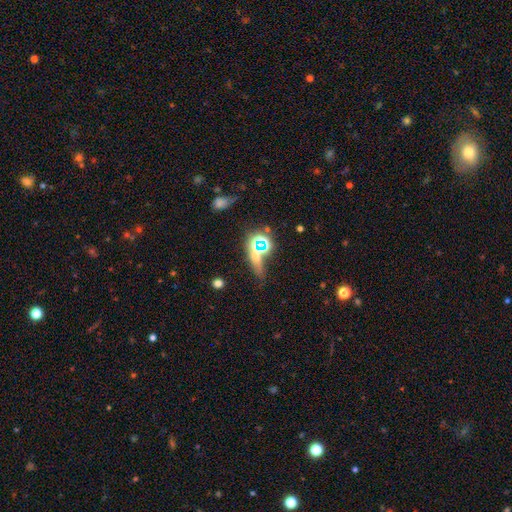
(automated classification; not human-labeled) Overall: star or artifact (46%; smooth 38%).